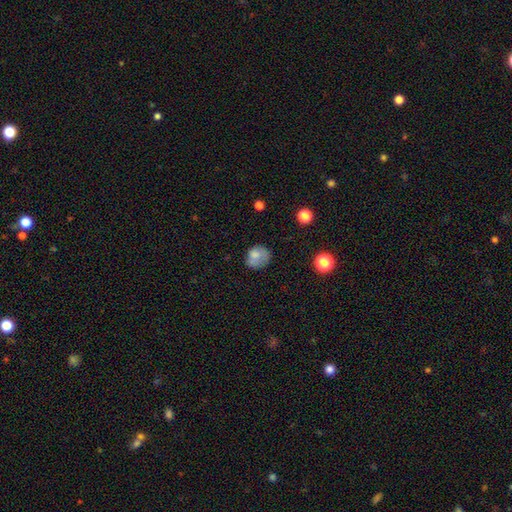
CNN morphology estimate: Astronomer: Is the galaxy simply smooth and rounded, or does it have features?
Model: smooth — 74%.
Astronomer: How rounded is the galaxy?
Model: round — 64%.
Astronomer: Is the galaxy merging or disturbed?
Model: none — 53%.